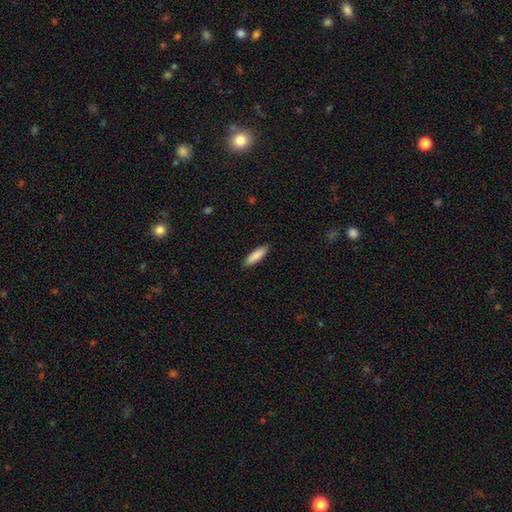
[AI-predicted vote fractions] This is clearly a smooth galaxy (88%). How rounded: likely cigar-shaped (63%). Merging: clearly none (90%).